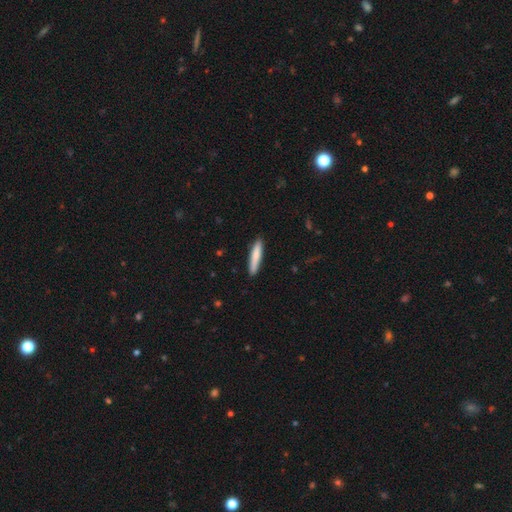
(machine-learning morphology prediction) A smooth galaxy with no disk features (80%) that is cigar-shaped (91%). Merging: none (89%).